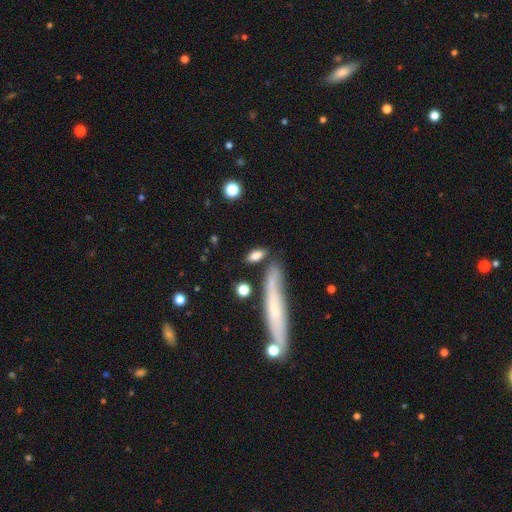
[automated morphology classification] The model was most divided on "how rounded": in between: 70%, cigar-shaped: 25%, round: 5%. More confident: smooth or featured — smooth (79%); merging — none (69%).